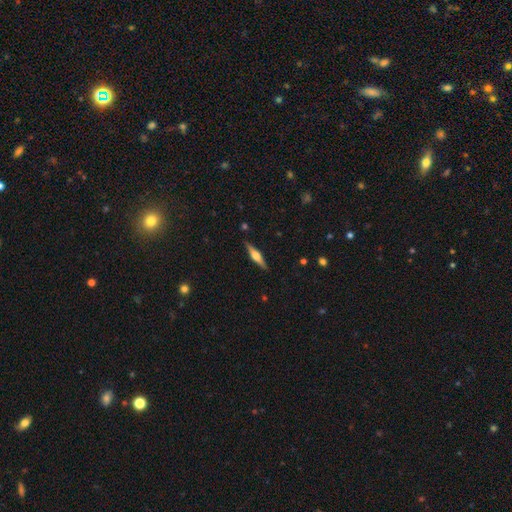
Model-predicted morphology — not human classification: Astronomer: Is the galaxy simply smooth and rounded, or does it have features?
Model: featured or disk — 69%.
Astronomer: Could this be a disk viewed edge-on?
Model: yes — 97%.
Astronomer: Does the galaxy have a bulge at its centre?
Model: rounded — 89%.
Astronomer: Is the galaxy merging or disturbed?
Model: none — 90%.